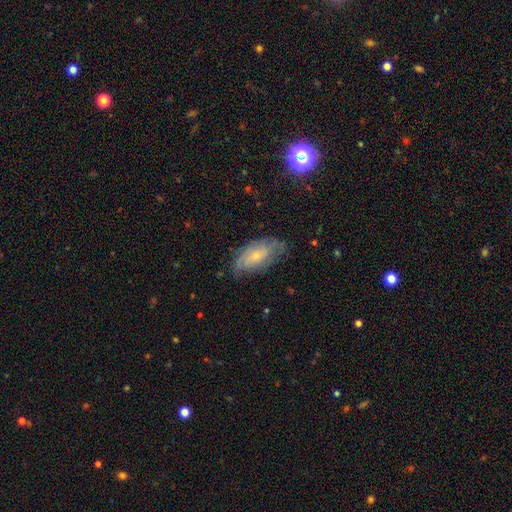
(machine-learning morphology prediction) This appears to be a featured or disk galaxy (48%). Merging: none (60%).